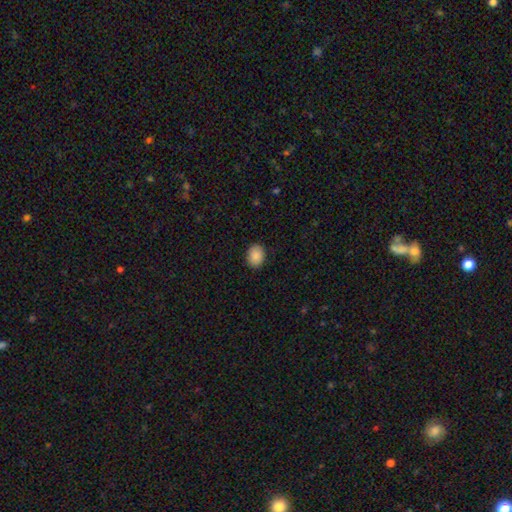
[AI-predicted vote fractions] Overall: smooth (89%). How rounded: in between (66%; round 33%). Merging: none (89%).